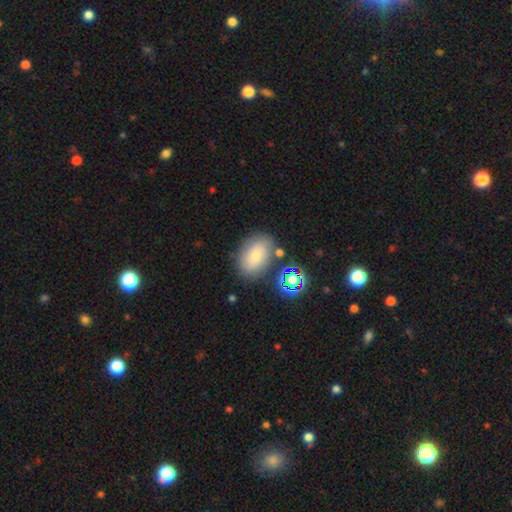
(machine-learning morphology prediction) Q: Smooth or featured?
A: smooth (69%); runner-up: featured or disk (19%)
Q: How rounded?
A: in between (79%); runner-up: round (20%)
Q: Merging?
A: none (74%); runner-up: minor disturbance (14%)